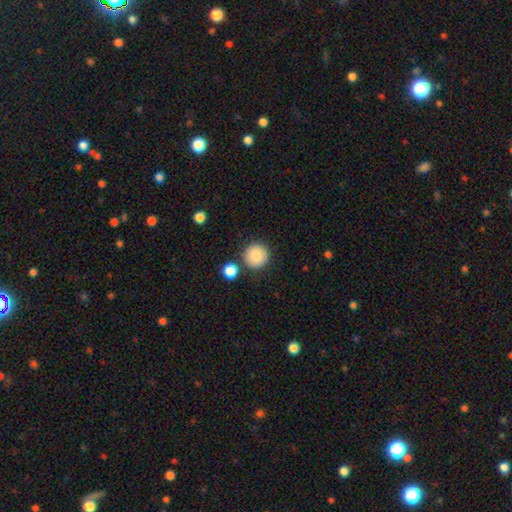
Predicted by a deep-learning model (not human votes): Morphology: type=smooth (88%); roundness=round (95%); merging=none (84%).